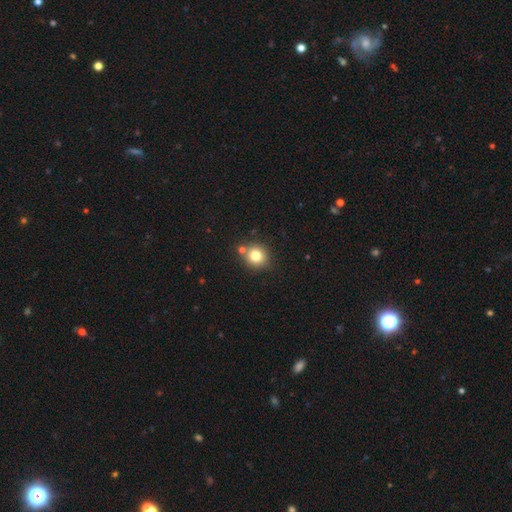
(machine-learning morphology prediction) Smooth or featured?
  - smooth: 79% *
  - star or artifact: 12%
  - featured or disk: 9%
How rounded?
  - round: 85% *
  - in between: 14%
  - cigar-shaped: 1%
Merging?
  - none: 76% *
  - merger: 11%
  - minor disturbance: 10%
  - major disturbance: 3%